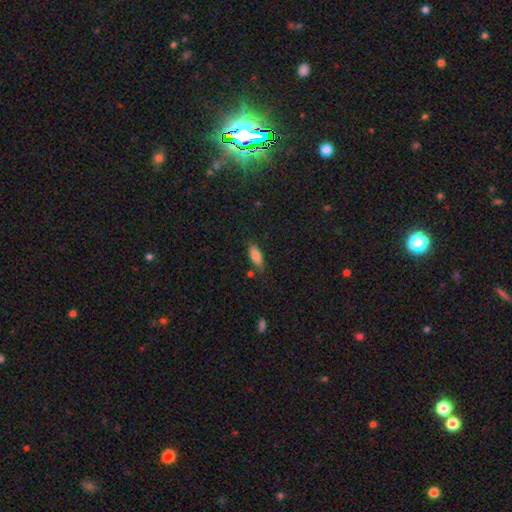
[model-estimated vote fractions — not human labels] Overall: smooth (80%). How rounded: in between (70%). Merging: none (76%).